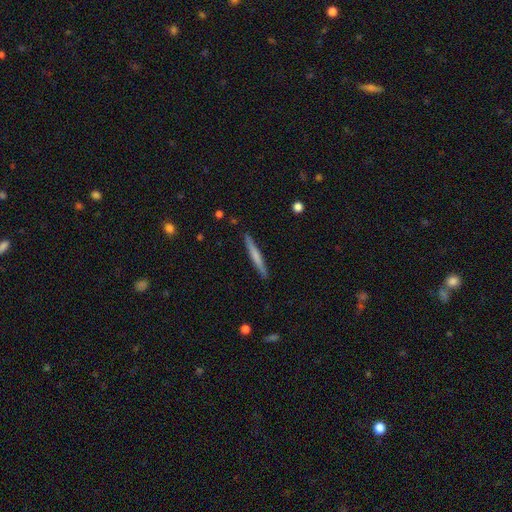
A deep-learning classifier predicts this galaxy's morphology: The model was most divided on "smooth or featured": smooth: 56%, featured or disk: 39%, star or artifact: 5%. More confident: how rounded — cigar-shaped (96%); merging — none (91%).